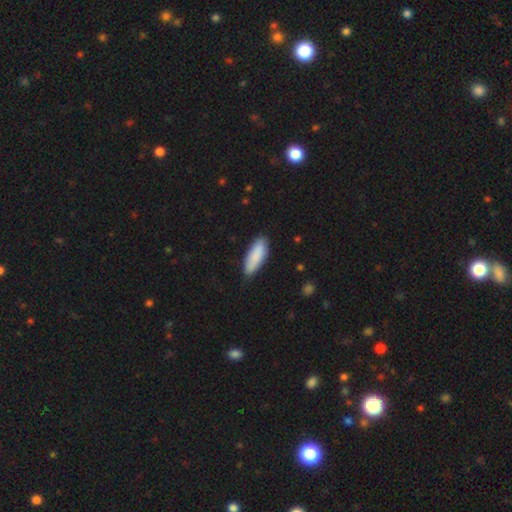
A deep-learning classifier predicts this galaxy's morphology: This is clearly a smooth galaxy (87%). How rounded: likely in between (66%). Merging: clearly none (82%).